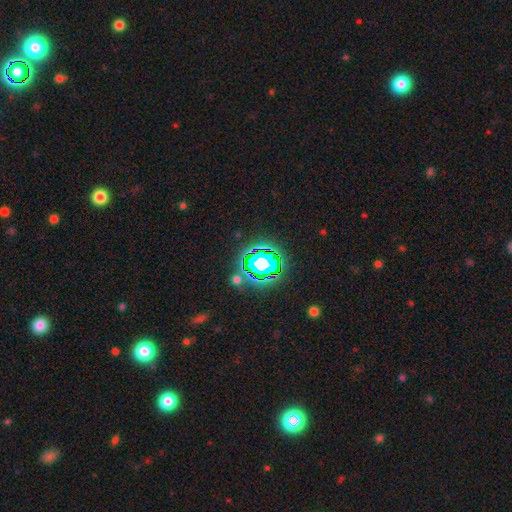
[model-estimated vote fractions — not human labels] Morphology: type=star or artifact (75%).